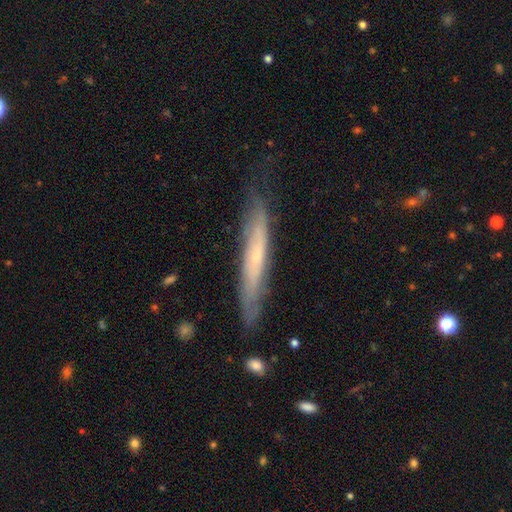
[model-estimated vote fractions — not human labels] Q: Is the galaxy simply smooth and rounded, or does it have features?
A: featured or disk — 54%.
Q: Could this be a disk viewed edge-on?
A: yes — 77%.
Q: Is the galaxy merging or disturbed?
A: none — 73%.